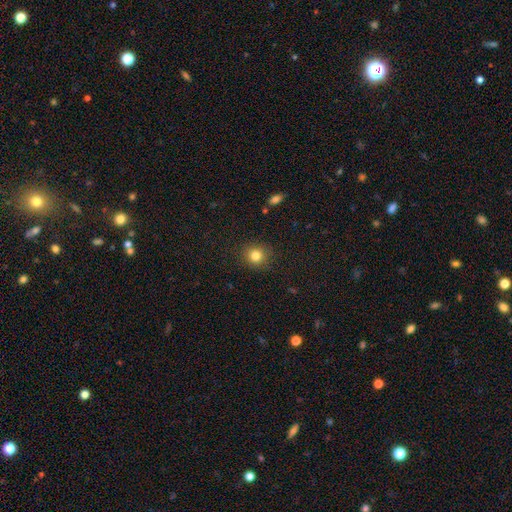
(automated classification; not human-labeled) Q: Smooth or featured?
A: smooth (82%); runner-up: star or artifact (12%)
Q: How rounded?
A: round (89%); runner-up: in between (10%)
Q: Merging?
A: none (88%); runner-up: minor disturbance (8%)